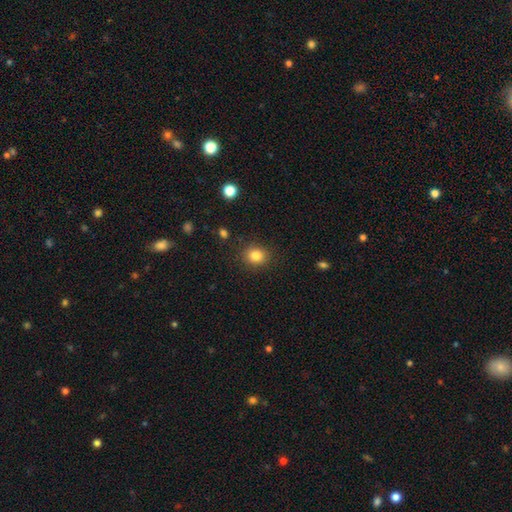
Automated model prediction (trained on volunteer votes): Smooth or featured? smooth (83%)
How rounded? round (71%)
Merging? none (87%)